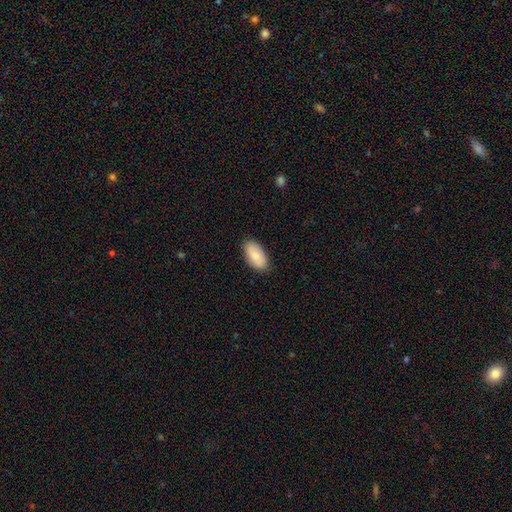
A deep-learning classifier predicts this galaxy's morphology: Overall: smooth (82%). How rounded: in between (94%). Merging: none (87%).